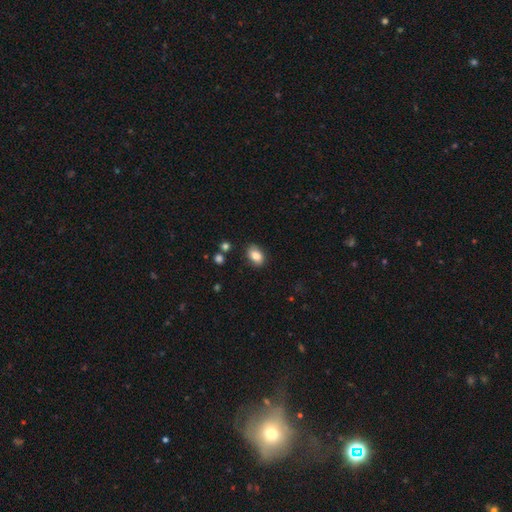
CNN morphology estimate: smooth_or_featured: smooth (p=0.86) [alt: star or artifact p=0.08]
how_rounded: in between (p=0.84) [alt: round p=0.15]
merging: none (p=0.81) [alt: minor disturbance p=0.14]